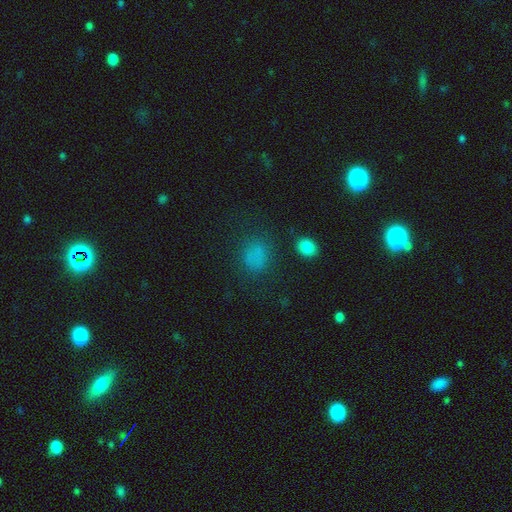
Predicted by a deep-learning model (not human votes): smooth_or_featured: smooth (p=0.73) [alt: star or artifact p=0.19]
how_rounded: in between (p=0.51) [alt: round p=0.48]
merging: none (p=0.72) [alt: minor disturbance p=0.16]